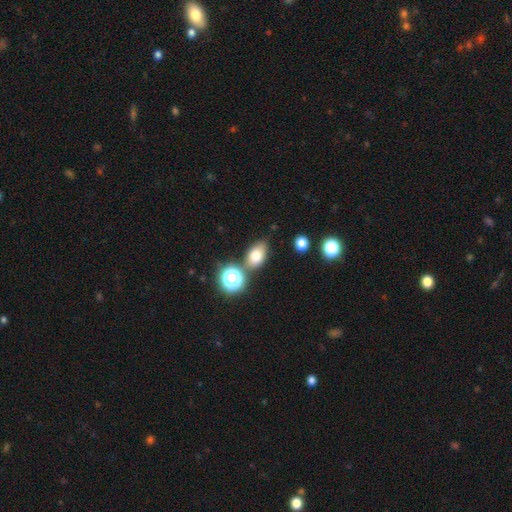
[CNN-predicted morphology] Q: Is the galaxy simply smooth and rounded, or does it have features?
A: smooth — 74%.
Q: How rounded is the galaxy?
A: in between — 81%.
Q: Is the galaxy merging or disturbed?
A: none — 69%.